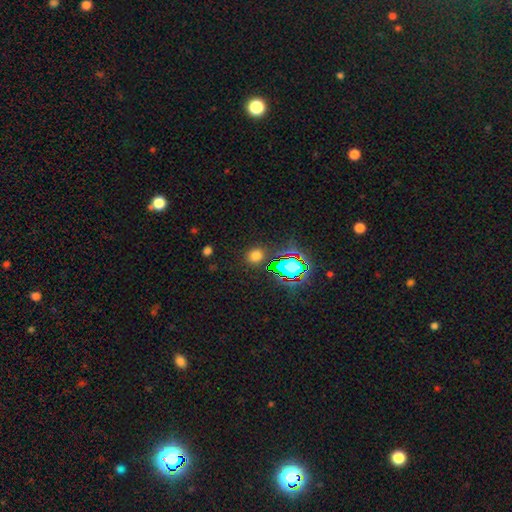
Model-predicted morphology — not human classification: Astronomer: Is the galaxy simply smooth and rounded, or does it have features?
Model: smooth — 66%.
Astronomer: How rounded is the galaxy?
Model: round — 77%.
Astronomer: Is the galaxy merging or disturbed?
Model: none — 86%.